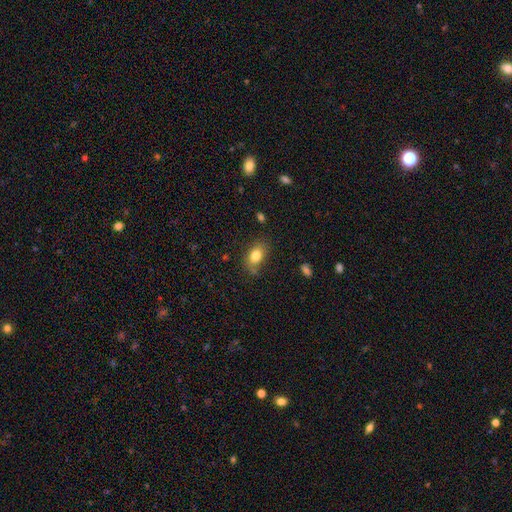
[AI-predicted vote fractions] smooth_or_featured: smooth (p=0.81) [alt: featured or disk p=0.10]
how_rounded: in between (p=0.83) [alt: round p=0.15]
merging: none (p=0.74) [alt: minor disturbance p=0.19]